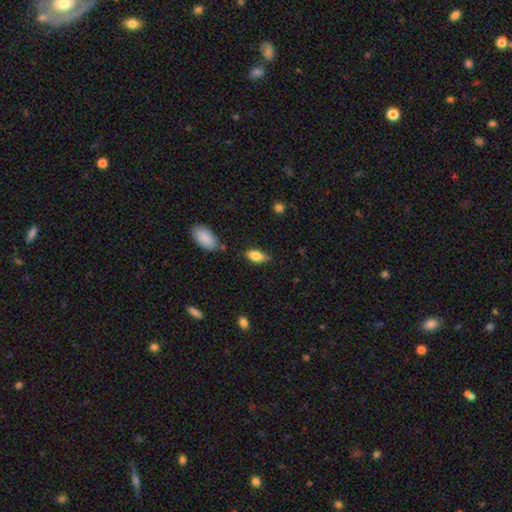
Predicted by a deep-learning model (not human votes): Overall: smooth (78%). How rounded: in between (86%). Merging: none (73%).